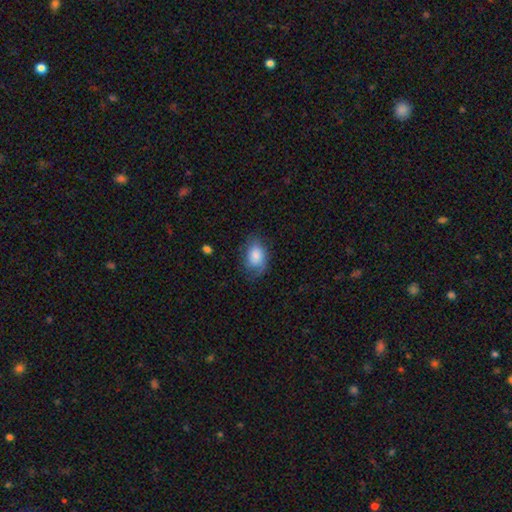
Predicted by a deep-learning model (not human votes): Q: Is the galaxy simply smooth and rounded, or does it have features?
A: smooth — 73%.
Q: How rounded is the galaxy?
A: in between — 81%.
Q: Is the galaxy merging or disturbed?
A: none — 62%.